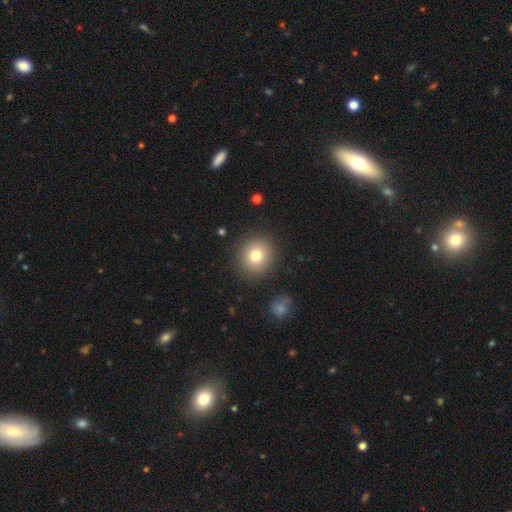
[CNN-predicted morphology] Smooth or featured?
  - smooth: 77% *
  - featured or disk: 11%
  - star or artifact: 11%
How rounded?
  - round: 85% *
  - in between: 14%
  - cigar-shaped: 1%
Merging?
  - none: 87% *
  - minor disturbance: 8%
  - major disturbance: 3%
  - merger: 2%